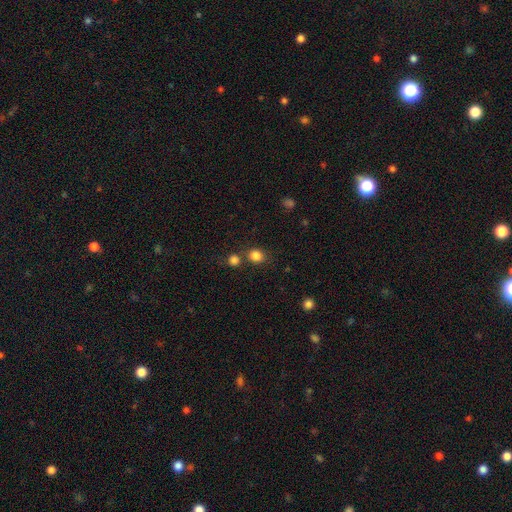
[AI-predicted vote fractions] Smooth or featured? Predicted: smooth (p=0.83). How rounded? Predicted: round (p=0.75). Merging? Predicted: none (p=0.69).